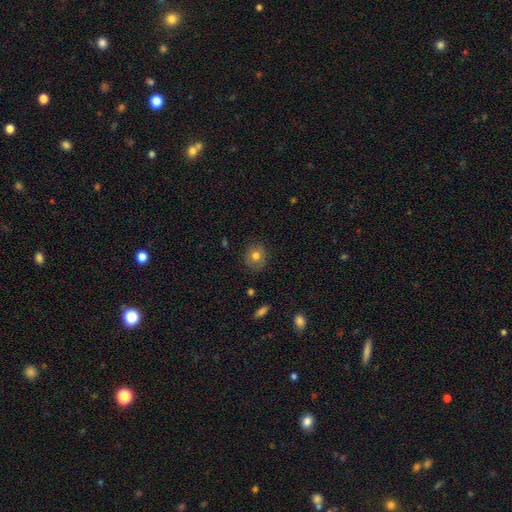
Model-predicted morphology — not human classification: smooth_or_featured: smooth (p=0.75) [alt: featured or disk p=0.14]
how_rounded: round (p=0.81) [alt: in between p=0.18]
merging: none (p=0.84) [alt: minor disturbance p=0.12]